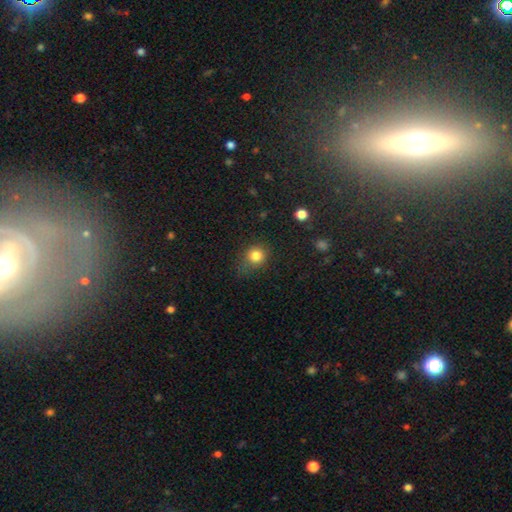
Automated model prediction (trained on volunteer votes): Q: Smooth or featured?
A: smooth (82%); runner-up: star or artifact (12%)
Q: How rounded?
A: round (81%); runner-up: in between (18%)
Q: Merging?
A: none (68%); runner-up: minor disturbance (22%)